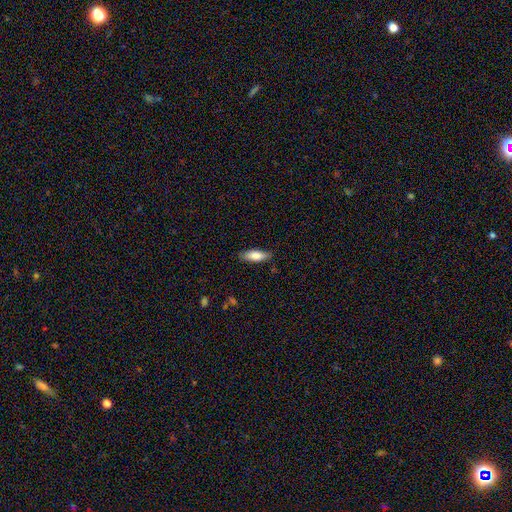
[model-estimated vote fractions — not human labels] Smooth or featured? smooth (82%)
How rounded? in between (66%)
Merging? none (82%)